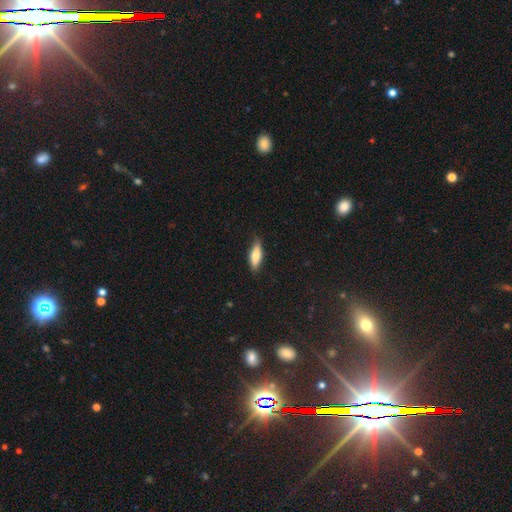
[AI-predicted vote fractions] Smooth or featured?
  - smooth: 74% *
  - featured or disk: 20%
  - star or artifact: 6%
How rounded?
  - in between: 56% *
  - cigar-shaped: 42%
  - round: 2%
Merging?
  - none: 76% *
  - minor disturbance: 19%
  - major disturbance: 3%
  - merger: 1%